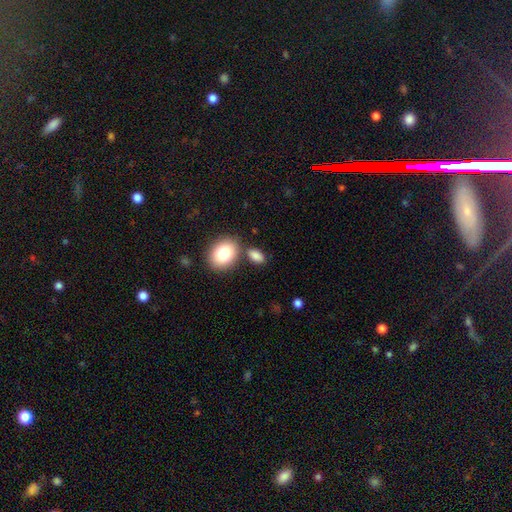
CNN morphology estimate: Smooth or featured: smooth — 85% (star or artifact — 8%)
How rounded: in between — 80% (round — 18%)
Merging: none — 67% (merger — 16%)